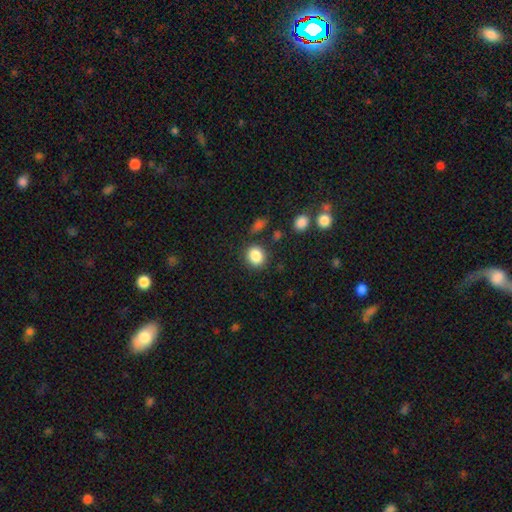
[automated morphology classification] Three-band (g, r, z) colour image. It shows a smooth galaxy with no disk features (86%) that is round (64%). Merging: none (82%).